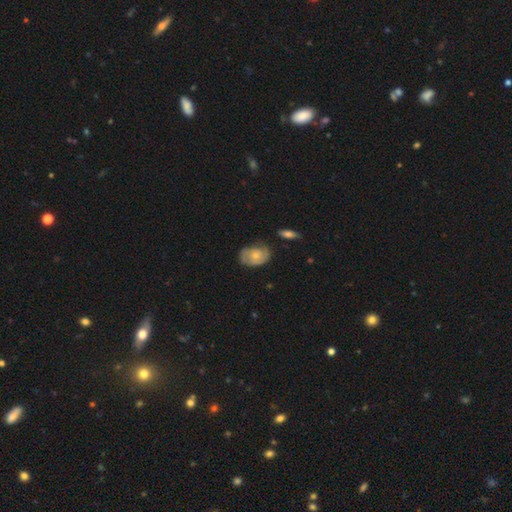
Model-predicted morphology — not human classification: This is possibly a featured or disk galaxy (52%). It is clearly not viewed edge-on (95%). Merging: likely none (60%).